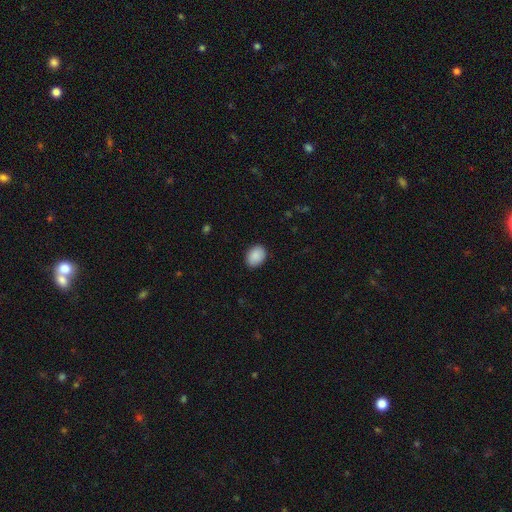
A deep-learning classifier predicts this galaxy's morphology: smooth-or-featured: smooth: 90% | star or artifact: 7% | featured or disk: 3%
  how-rounded: in between: 73% | round: 26% | cigar-shaped: 1%
  merging: none: 88% | minor disturbance: 9% | major disturbance: 2% | merger: 1%